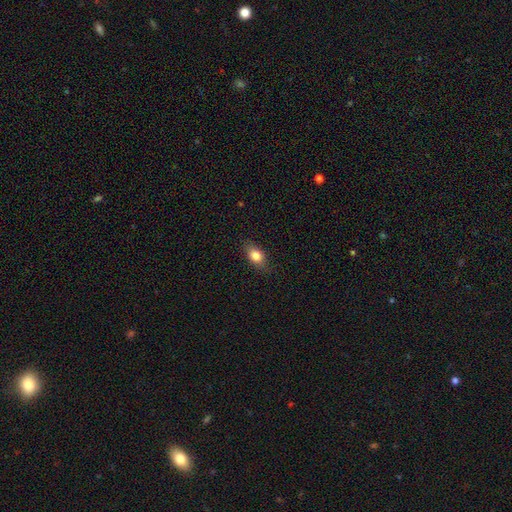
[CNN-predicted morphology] type=smooth (80%); roundness=in between (79%); merging=none (83%).